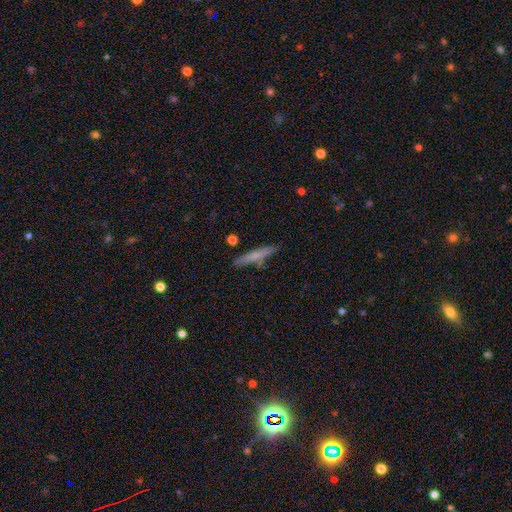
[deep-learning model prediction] A smooth galaxy with no disk features (61%) that is cigar-shaped (91%).

Vote fractions:
- Smooth or featured? smooth: 61% / featured or disk: 32% / star or artifact: 7%
- How rounded? cigar-shaped: 91% / in between: 7% / round: 2%
- Merging? none: 80% / minor disturbance: 12% / merger: 4% / major disturbance: 3%